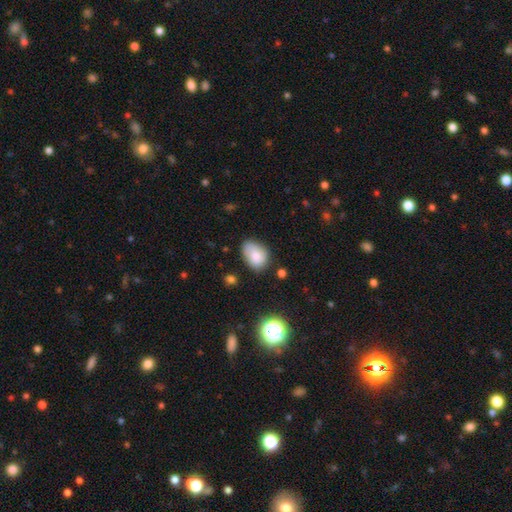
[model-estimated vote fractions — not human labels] This is clearly a smooth galaxy (81%). How rounded: likely in between (78%). Merging: likely none (63%).